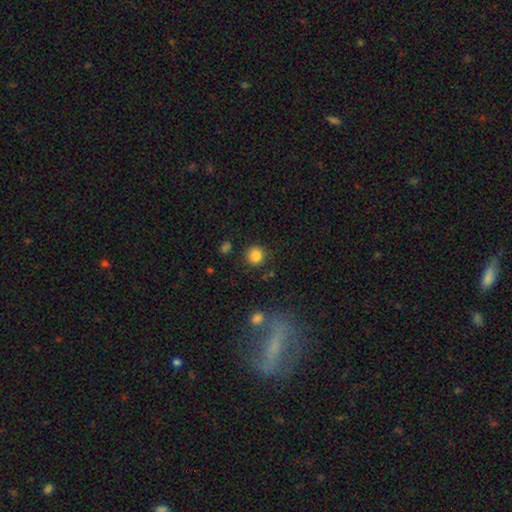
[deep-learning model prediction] The model was most divided on "merging": none: 83%, minor disturbance: 10%, major disturbance: 4%, merger: 3%. More confident: how rounded — round (92%); smooth or featured — smooth (85%).